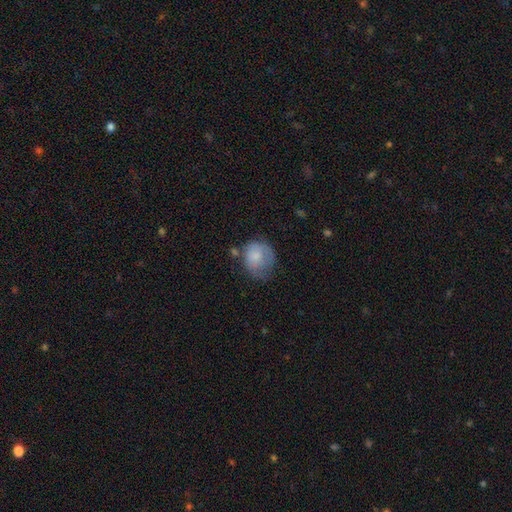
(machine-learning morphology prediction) Q: Smooth or featured?
A: smooth (74%); runner-up: featured or disk (19%)
Q: How rounded?
A: round (69%); runner-up: in between (30%)
Q: Merging?
A: none (36%); runner-up: minor disturbance (35%)